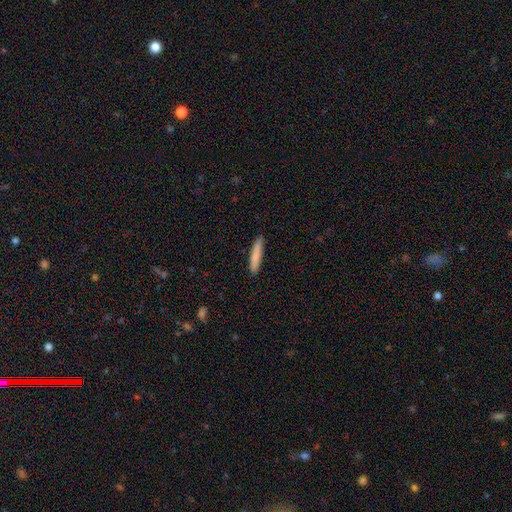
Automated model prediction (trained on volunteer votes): Morphology: type=smooth (83%); roundness=cigar-shaped (92%); merging=none (89%).